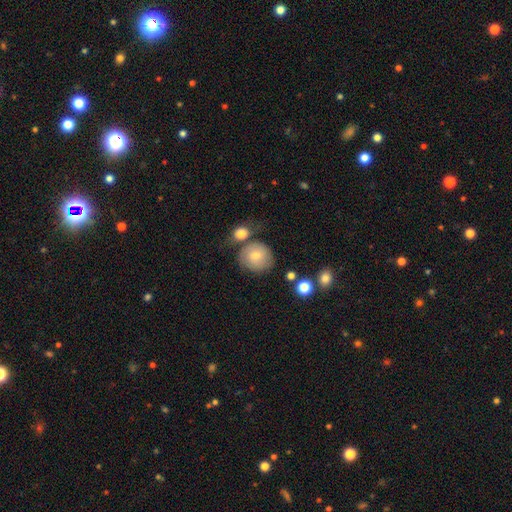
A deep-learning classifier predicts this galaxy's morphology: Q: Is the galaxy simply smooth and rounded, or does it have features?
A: smooth — 72%.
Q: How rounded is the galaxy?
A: round — 82%.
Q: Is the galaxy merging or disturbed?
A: none — 55%.